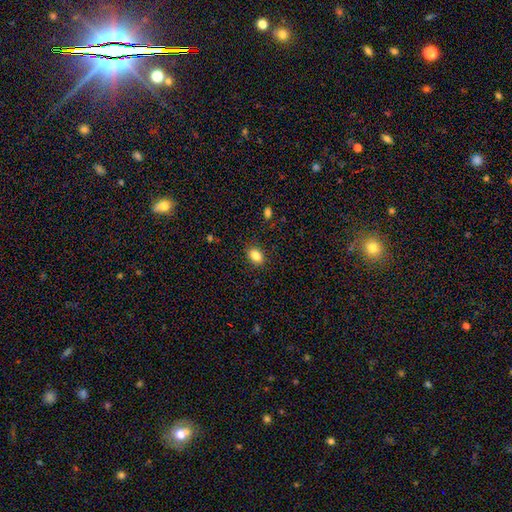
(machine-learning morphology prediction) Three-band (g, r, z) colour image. It shows a smooth galaxy with no disk features (85%) that is in between round and cigar-shaped (77%). Merging: none (87%).